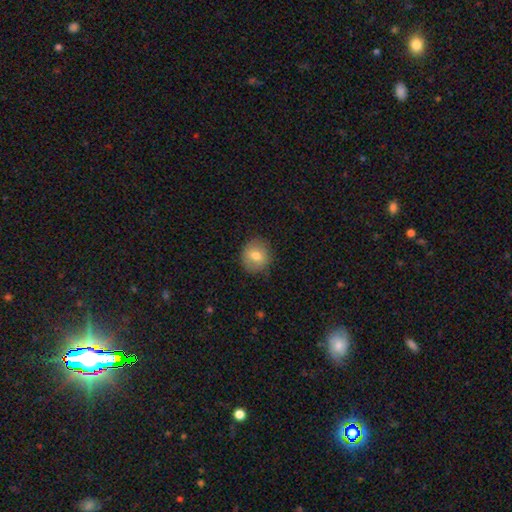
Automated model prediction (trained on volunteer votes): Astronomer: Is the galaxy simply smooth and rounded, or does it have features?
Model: smooth — 74%.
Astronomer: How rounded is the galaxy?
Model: round — 82%.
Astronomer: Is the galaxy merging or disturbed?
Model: none — 85%.